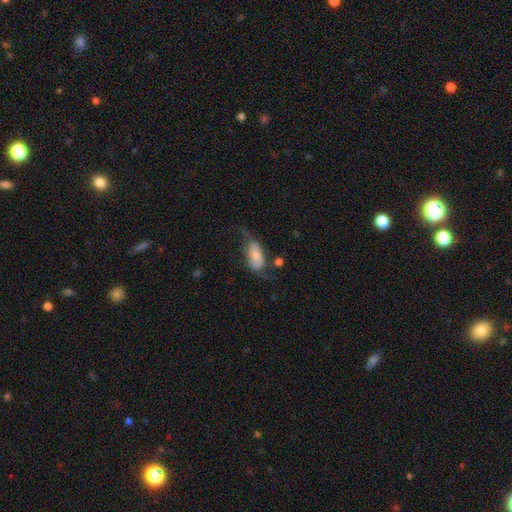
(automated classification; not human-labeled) Smooth or featured?
  - smooth: 64% *
  - featured or disk: 29%
  - star or artifact: 7%
How rounded?
  - in between: 90% *
  - cigar-shaped: 6%
  - round: 3%
Merging?
  - none: 32% * (tied)
  - major disturbance: 32% * (tied)
  - minor disturbance: 31%
  - merger: 6%